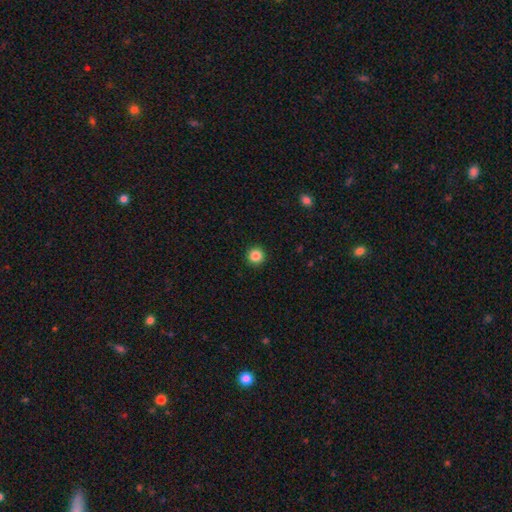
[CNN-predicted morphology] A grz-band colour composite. It shows a smooth galaxy with no disk features (86%) that is round (96%). Merging: none (94%).